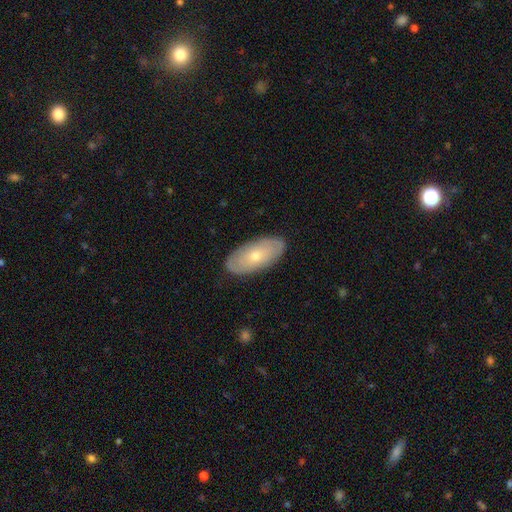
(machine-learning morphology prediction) smooth_or_featured: smooth (p=0.51) [alt: featured or disk p=0.43]
how_rounded: in between (p=0.92) [alt: cigar-shaped p=0.05]
merging: none (p=0.87) [alt: minor disturbance p=0.10]